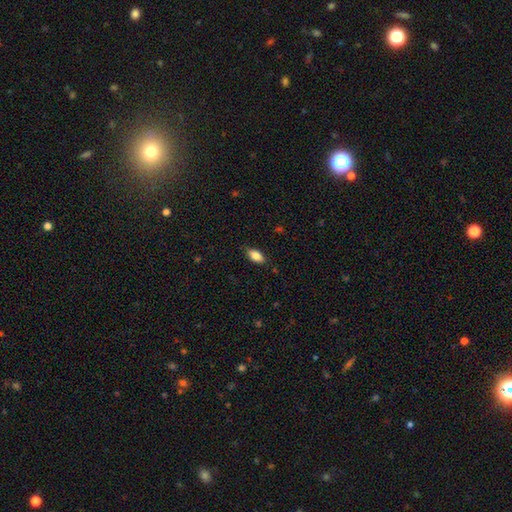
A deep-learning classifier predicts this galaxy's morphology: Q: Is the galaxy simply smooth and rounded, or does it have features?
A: smooth — 83%.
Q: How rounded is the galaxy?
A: in between — 90%.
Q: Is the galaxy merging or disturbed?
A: none — 82%.